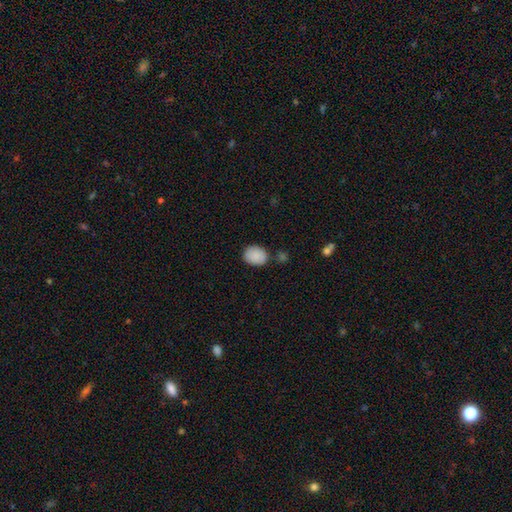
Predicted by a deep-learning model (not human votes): A smooth galaxy with no disk features (89%) that is in between round and cigar-shaped (57%). Merging: none (78%).